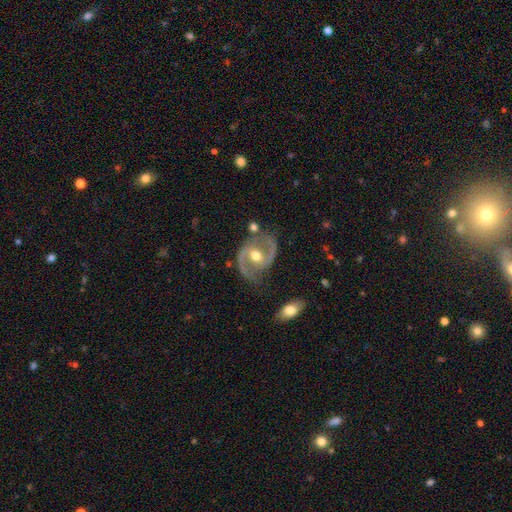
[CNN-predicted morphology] Q: Smooth or featured?
A: featured or disk (88%); runner-up: smooth (7%)
Q: Edge-on disk?
A: no (97%); runner-up: yes (3%)
Q: Bar?
A: weak (43%); runner-up: no (31%)
Q: Spiral arms?
A: yes (94%); runner-up: no (6%)
Q: Spiral winding?
A: medium (58%); runner-up: loose (23%)
Q: Spiral arm count?
A: 2 (92%); runner-up: can't tell (3%)
Q: Bulge size?
A: moderate (79%); runner-up: small (14%)
Q: Merging?
A: none (72%); runner-up: minor disturbance (17%)